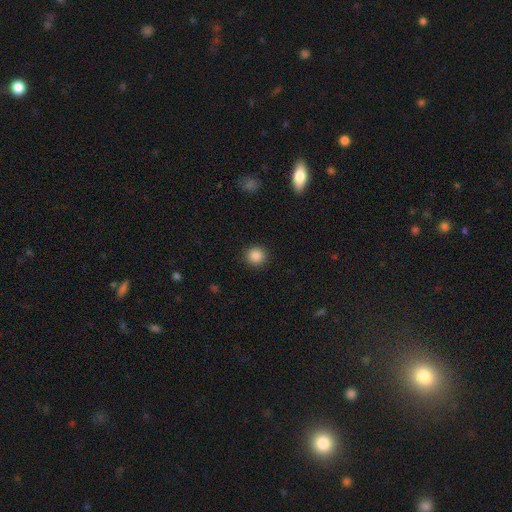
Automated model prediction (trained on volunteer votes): Smooth or featured: smooth — 87% (star or artifact — 10%)
How rounded: round — 92% (in between — 7%)
Merging: none — 91% (minor disturbance — 6%)